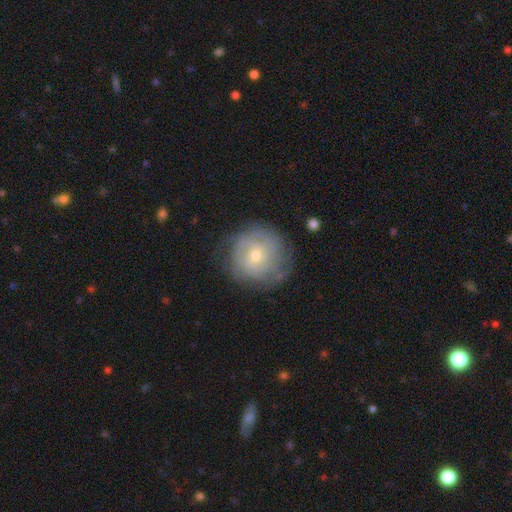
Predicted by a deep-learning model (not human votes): smooth-or-featured: featured or disk: 61% | smooth: 31% | star or artifact: 8%
  disk-edge-on: no: 97% | yes: 3%
    bar: no: 72% | weak: 24% | strong: 4%
    has-spiral-arms: yes: 75% | no: 25%
    bulge-size: small: 60% | moderate: 37% | large: 2% | none: 1% | dominant: 1%
  merging: none: 75% | minor disturbance: 17% | major disturbance: 7% | merger: 1%